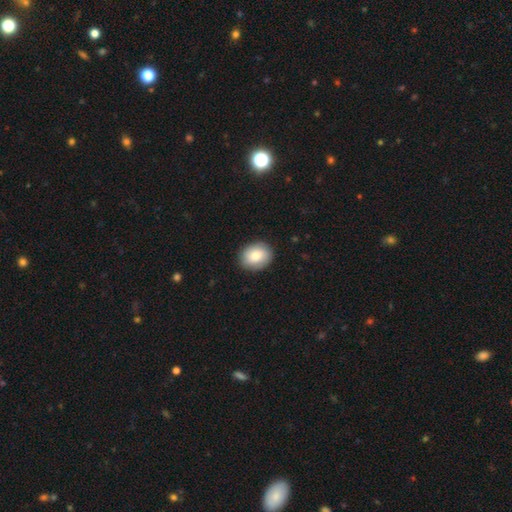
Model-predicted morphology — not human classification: Smooth or featured?
  - smooth: 82% *
  - featured or disk: 11%
  - star or artifact: 7%
How rounded?
  - in between: 51% *
  - round: 48%
  - cigar-shaped: 1%
Merging?
  - none: 88% *
  - minor disturbance: 9%
  - major disturbance: 2%
  - merger: 1%